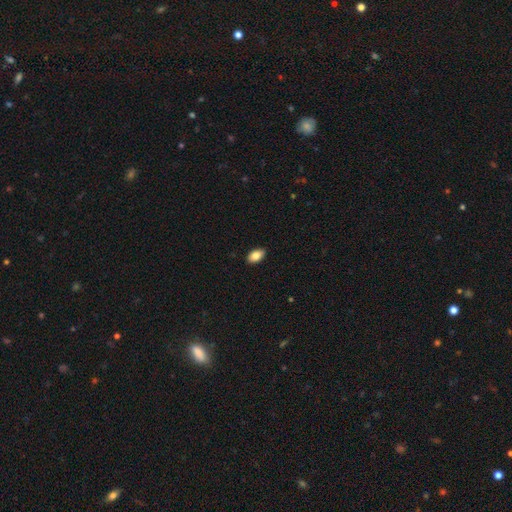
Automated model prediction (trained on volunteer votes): Smooth or featured? smooth (85%)
How rounded? in between (92%)
Merging? none (90%)